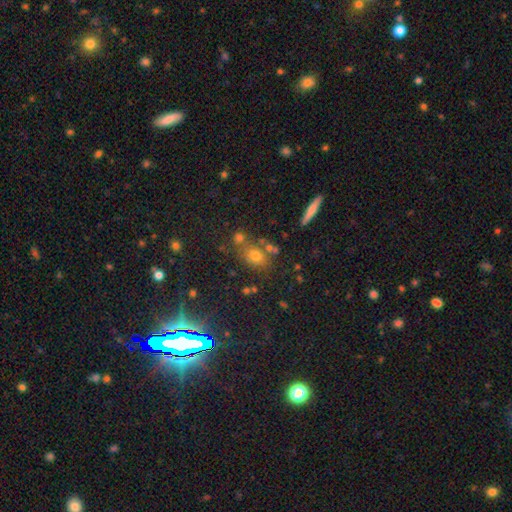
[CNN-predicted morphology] Overall: smooth (60%; star or artifact 26%). How rounded: in between (51%; round 45%). Merging: none (68%).